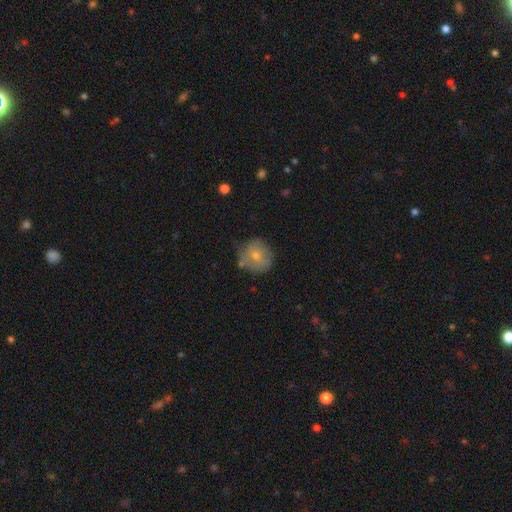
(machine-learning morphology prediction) Smooth or featured? Predicted: smooth (p=0.68). How rounded? Predicted: round (p=0.87). Merging? Predicted: none (p=0.64).